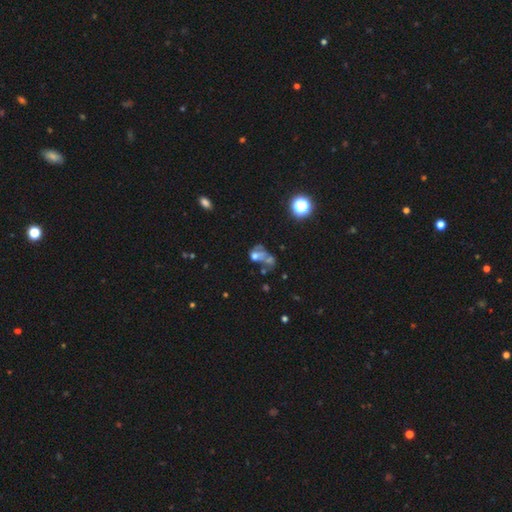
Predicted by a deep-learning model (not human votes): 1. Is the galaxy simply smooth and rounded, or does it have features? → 39% featured or disk, 37% smooth, 24% star or artifact.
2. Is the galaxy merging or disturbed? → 40% merger, 27% major disturbance, 22% none, 12% minor disturbance.